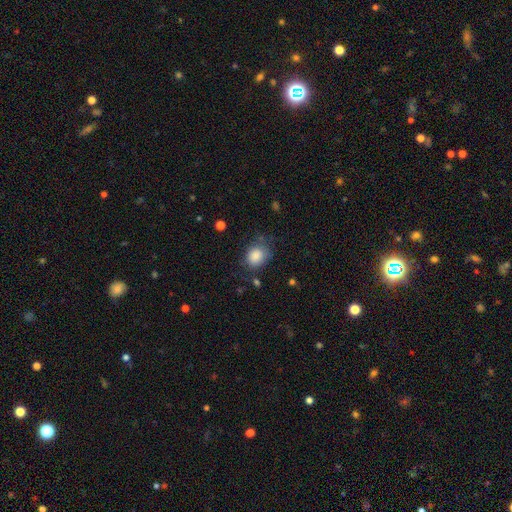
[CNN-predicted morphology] A smooth galaxy with no disk features (85%) that is round (54%).

Vote fractions:
- Smooth or featured? smooth: 85% / star or artifact: 9% / featured or disk: 6%
- How rounded? round: 54% / in between: 45% / cigar-shaped: 1%
- Merging? none: 64% / minor disturbance: 24% / major disturbance: 9% / merger: 3%